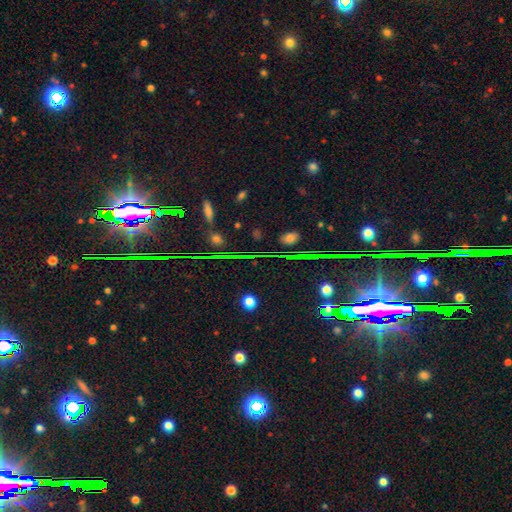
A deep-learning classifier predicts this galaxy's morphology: A star or artifact, not a galaxy (80%).